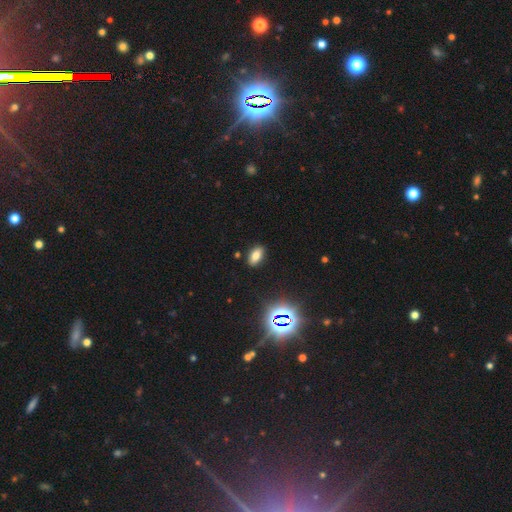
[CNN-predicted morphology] Q: Smooth or featured?
A: smooth (72%); runner-up: star or artifact (17%)
Q: How rounded?
A: in between (89%); runner-up: round (5%)
Q: Merging?
A: none (88%); runner-up: minor disturbance (8%)